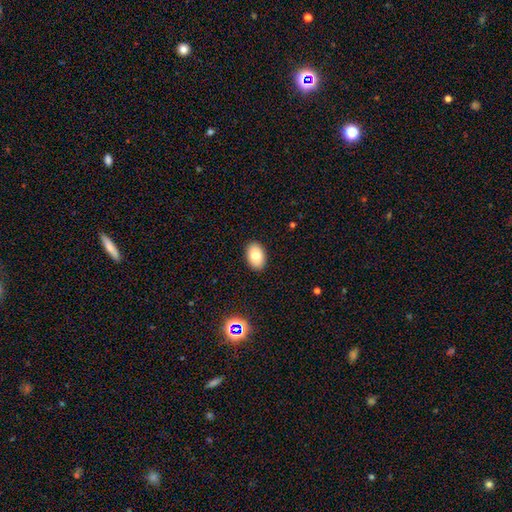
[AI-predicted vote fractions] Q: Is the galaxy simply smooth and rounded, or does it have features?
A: smooth — 78%.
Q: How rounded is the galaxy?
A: in between — 89%.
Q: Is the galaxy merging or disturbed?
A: none — 90%.